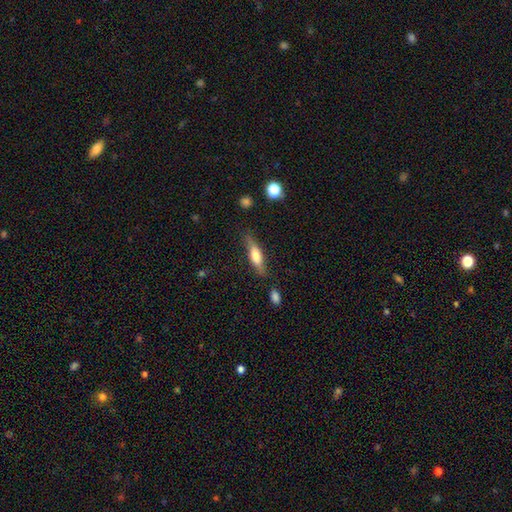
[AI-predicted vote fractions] Smooth or featured: smooth — 59% (featured or disk — 35%)
How rounded: cigar-shaped — 66% (in between — 32%)
Merging: none — 76% (minor disturbance — 17%)